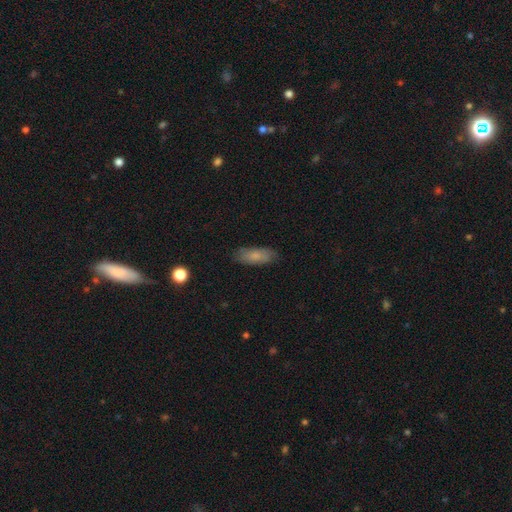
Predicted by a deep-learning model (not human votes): Morphology: type=smooth (78%); roundness=in between (72%); merging=none (83%).